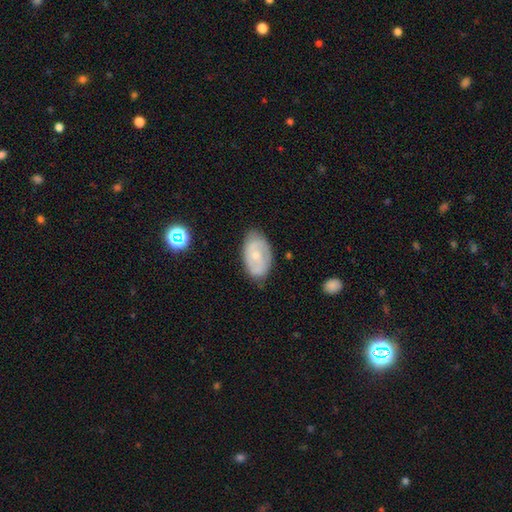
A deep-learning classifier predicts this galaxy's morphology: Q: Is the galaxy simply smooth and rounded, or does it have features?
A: featured or disk — 57%.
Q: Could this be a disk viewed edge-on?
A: no — 95%.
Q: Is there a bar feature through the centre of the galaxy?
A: no — 62%.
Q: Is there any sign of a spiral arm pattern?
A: yes — 70%.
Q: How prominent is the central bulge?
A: small — 61%.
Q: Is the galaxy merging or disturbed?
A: none — 75%.